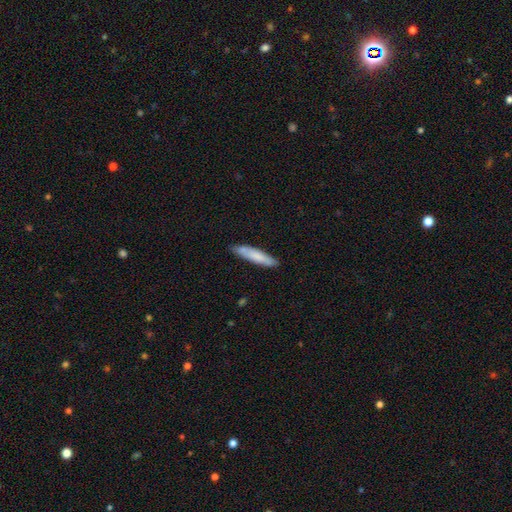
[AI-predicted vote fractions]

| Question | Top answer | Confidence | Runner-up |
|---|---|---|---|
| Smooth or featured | smooth | 76% | featured or disk (19%) |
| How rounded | cigar-shaped | 88% | in between (11%) |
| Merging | none | 84% | minor disturbance (13%) |